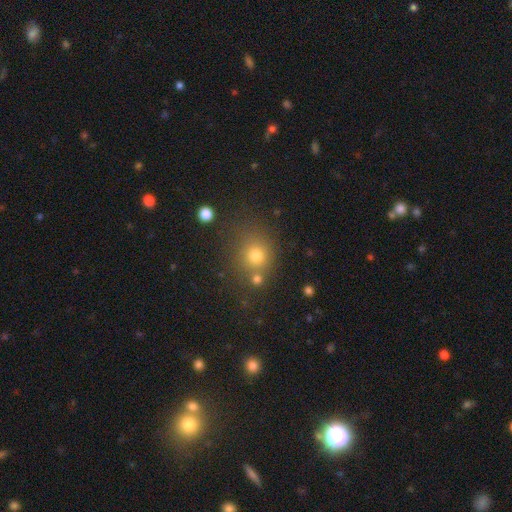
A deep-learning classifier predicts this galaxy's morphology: Smooth or featured? smooth (74%)
How rounded? round (80%)
Merging? none (70%)